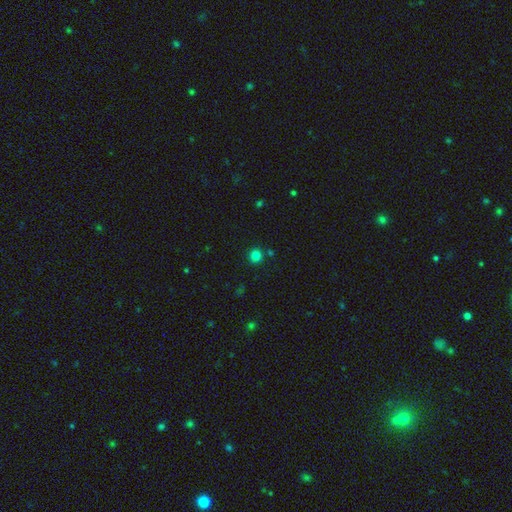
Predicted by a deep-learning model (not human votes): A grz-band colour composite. It shows a smooth galaxy with no disk features (81%) that is round (91%). Merging: none (86%).